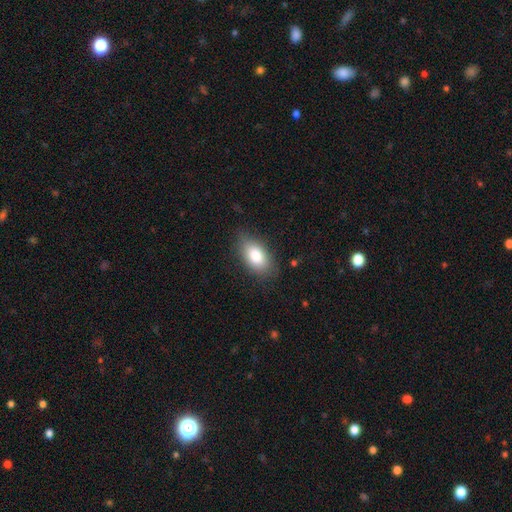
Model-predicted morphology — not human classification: smooth_or_featured: smooth (p=0.81) [alt: featured or disk p=0.11]
how_rounded: in between (p=0.91) [alt: round p=0.06]
merging: none (p=0.78) [alt: minor disturbance p=0.17]